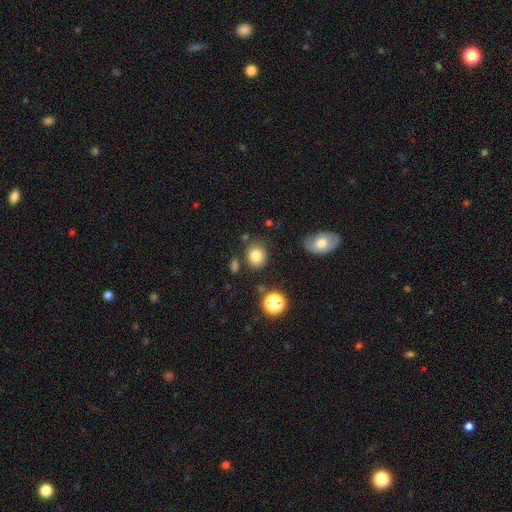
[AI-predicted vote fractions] Q: Smooth or featured?
A: smooth (81%); runner-up: star or artifact (12%)
Q: How rounded?
A: round (70%); runner-up: in between (29%)
Q: Merging?
A: none (79%); runner-up: minor disturbance (12%)